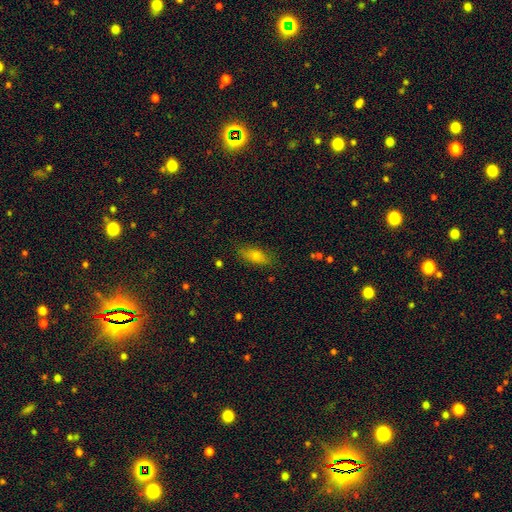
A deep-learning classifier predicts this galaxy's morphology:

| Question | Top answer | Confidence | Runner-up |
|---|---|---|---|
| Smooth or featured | smooth | 65% | featured or disk (23%) |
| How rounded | in between | 64% | cigar-shaped (32%) |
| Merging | none | 83% | minor disturbance (13%) |